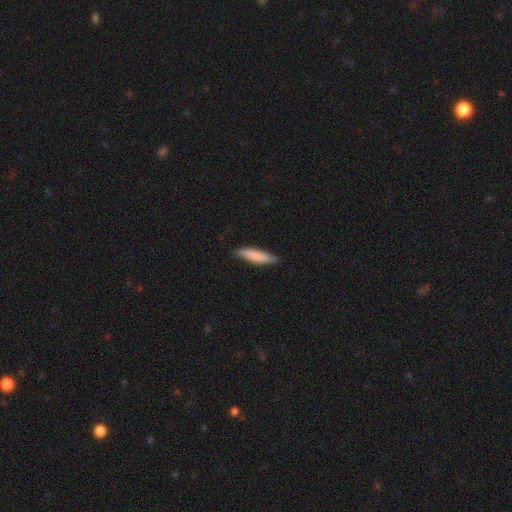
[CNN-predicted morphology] Overall: smooth (82%). How rounded: cigar-shaped (78%). Merging: none (85%).